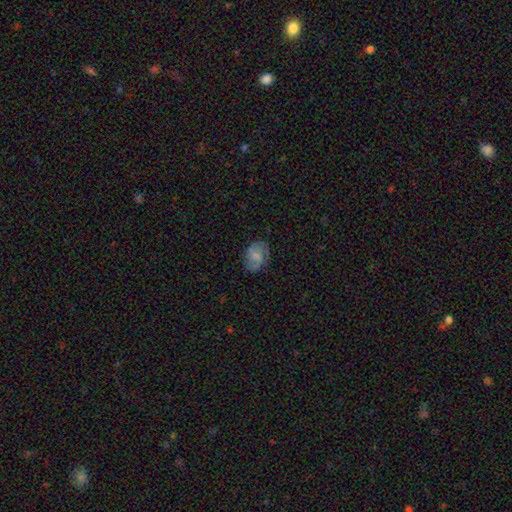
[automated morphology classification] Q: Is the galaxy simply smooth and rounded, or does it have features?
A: featured or disk — 49%.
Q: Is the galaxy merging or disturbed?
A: none — 72%.